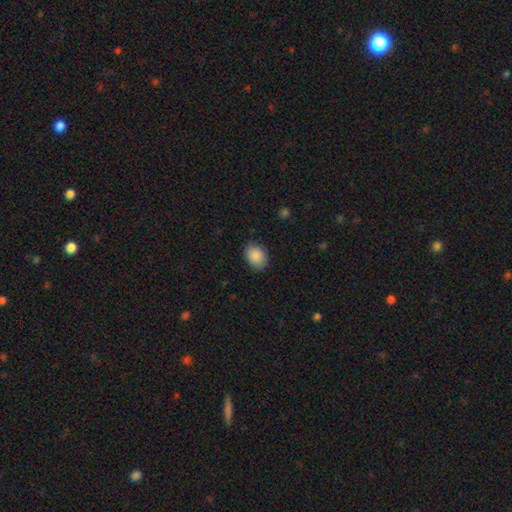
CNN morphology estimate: smooth 89%, star or artifact 7%, featured or disk 4%. Down the decision tree: how rounded — in between (68%); merging — none (84%).